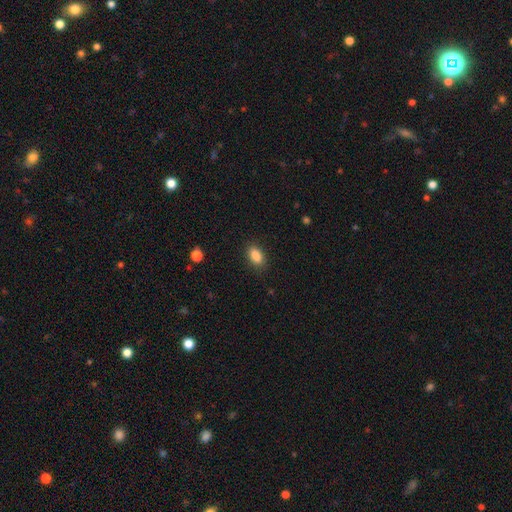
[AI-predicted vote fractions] smooth-or-featured: smooth: 87% | star or artifact: 8% | featured or disk: 5%
  how-rounded: in between: 89% | round: 9% | cigar-shaped: 3%
  merging: none: 87% | minor disturbance: 9% | major disturbance: 3% | merger: 1%